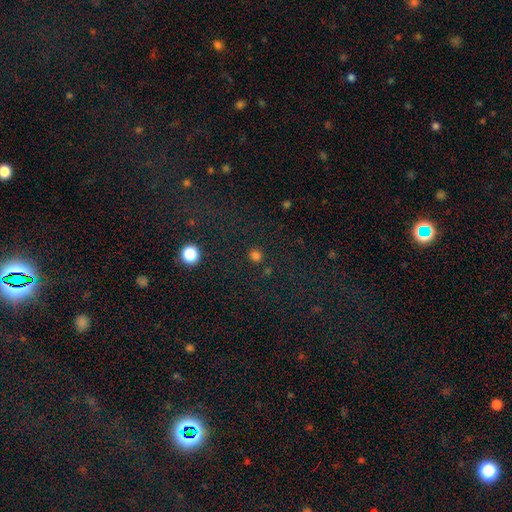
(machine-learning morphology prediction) The model was most divided on "smooth or featured": smooth: 72%, star or artifact: 24%, featured or disk: 4%. More confident: merging — none (86%); how rounded — round (86%).